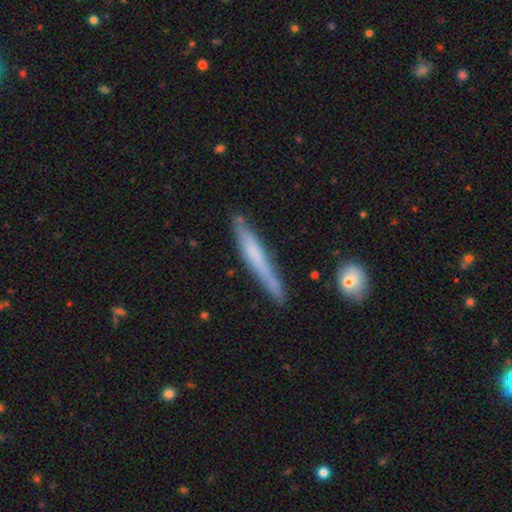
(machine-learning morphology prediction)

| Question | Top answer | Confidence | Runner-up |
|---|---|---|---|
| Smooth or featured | smooth | 51% | featured or disk (43%) |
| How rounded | cigar-shaped | 95% | in between (3%) |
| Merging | none | 76% | minor disturbance (17%) |